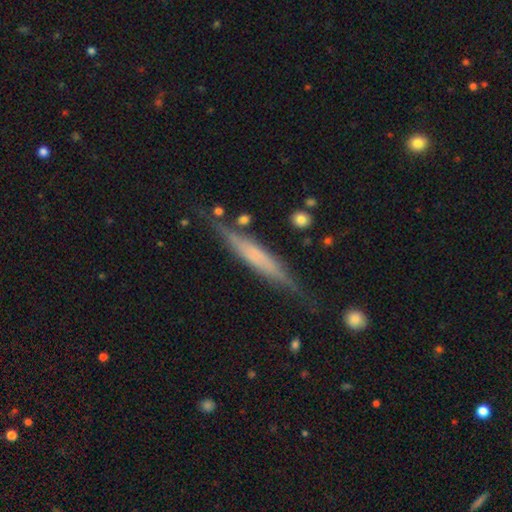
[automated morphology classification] Smooth or featured: featured or disk — 57% (smooth — 36%)
Edge-on disk: yes — 94% (no — 6%)
Edge-on bulge: none — 55% (boxy — 24%)
Merging: none — 76% (minor disturbance — 16%)